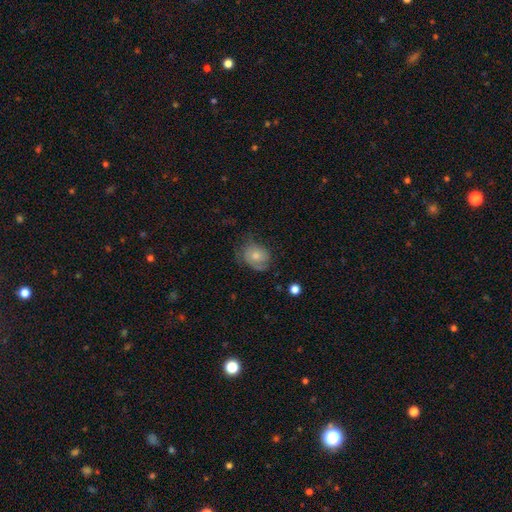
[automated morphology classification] Smooth or featured: smooth — 63% (featured or disk — 29%)
How rounded: in between — 51% (round — 48%)
Merging: none — 49% (minor disturbance — 31%)